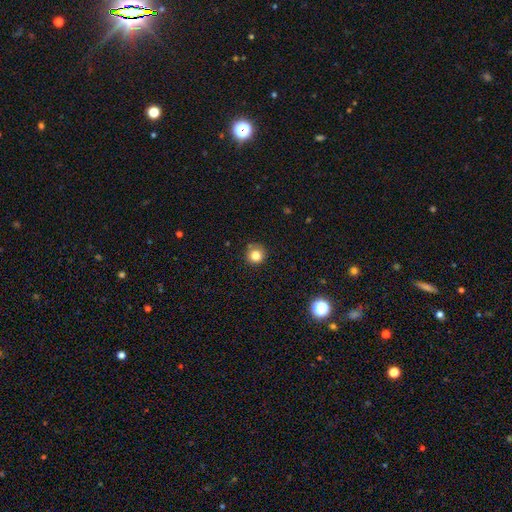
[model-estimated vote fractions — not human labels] Smooth or featured: smooth — 82% (star or artifact — 12%)
How rounded: round — 93% (in between — 6%)
Merging: none — 79% (minor disturbance — 15%)